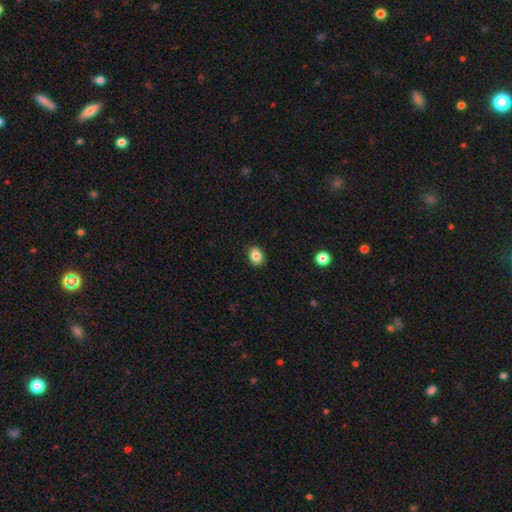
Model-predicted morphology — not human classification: Smooth or featured? Predicted: smooth (p=0.86). How rounded? Predicted: in between (p=0.58). Merging? Predicted: none (p=0.90).